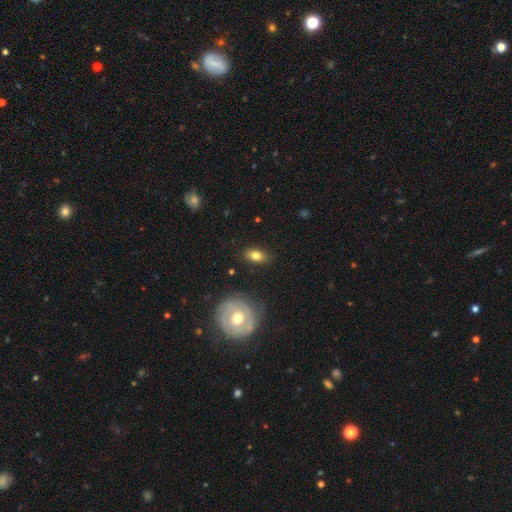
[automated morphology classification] A smooth galaxy with no disk features (75%) that is in between round and cigar-shaped (86%).

Vote fractions:
- Smooth or featured? smooth: 75% / featured or disk: 16% / star or artifact: 8%
- How rounded? in between: 86% / round: 10% / cigar-shaped: 5%
- Merging? none: 84% / minor disturbance: 11% / major disturbance: 3% / merger: 2%